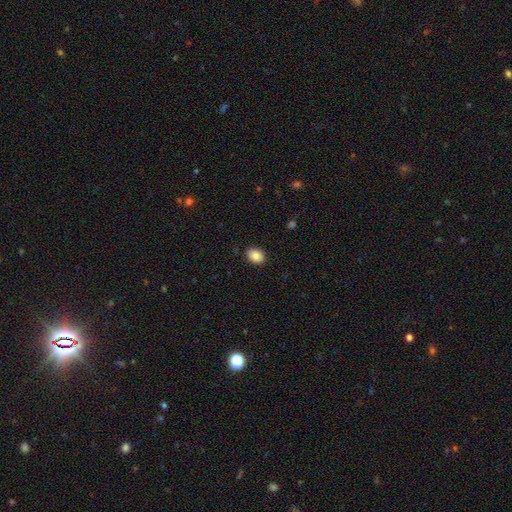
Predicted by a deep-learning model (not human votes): Q: Smooth or featured?
A: smooth (86%); runner-up: star or artifact (8%)
Q: How rounded?
A: in between (64%); runner-up: round (35%)
Q: Merging?
A: none (88%); runner-up: minor disturbance (9%)